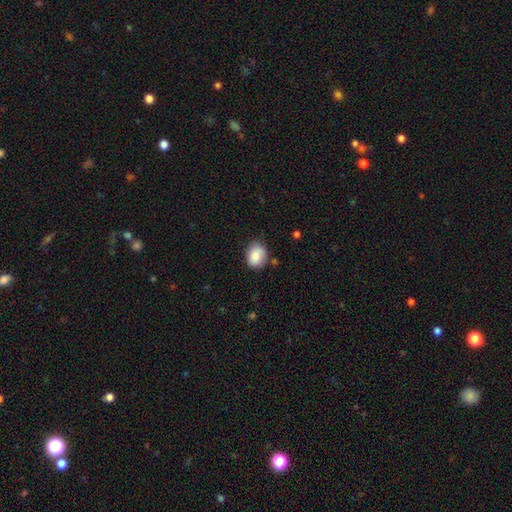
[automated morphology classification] This is clearly a smooth galaxy (83%). How rounded: possibly round (51%). Merging: likely none (77%).